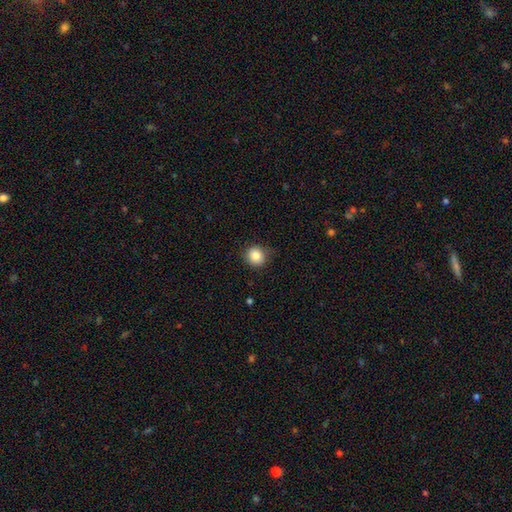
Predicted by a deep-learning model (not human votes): Morphology: type=smooth (85%); roundness=round (85%); merging=none (83%).